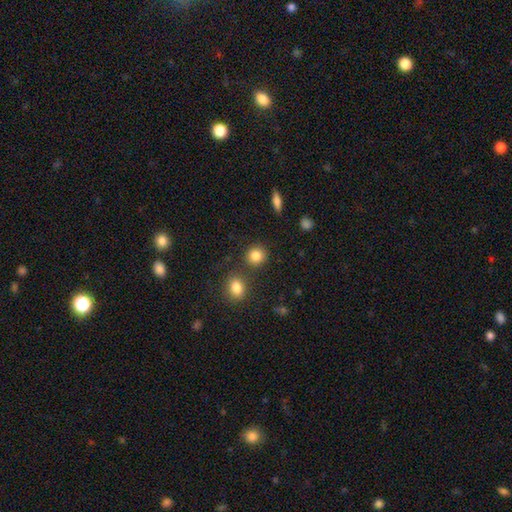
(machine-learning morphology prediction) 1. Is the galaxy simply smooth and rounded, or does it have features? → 85% smooth, 10% star or artifact, 5% featured or disk.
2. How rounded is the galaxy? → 84% round, 15% in between, 1% cigar-shaped.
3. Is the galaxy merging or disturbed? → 79% none, 10% merger, 8% minor disturbance, 3% major disturbance.